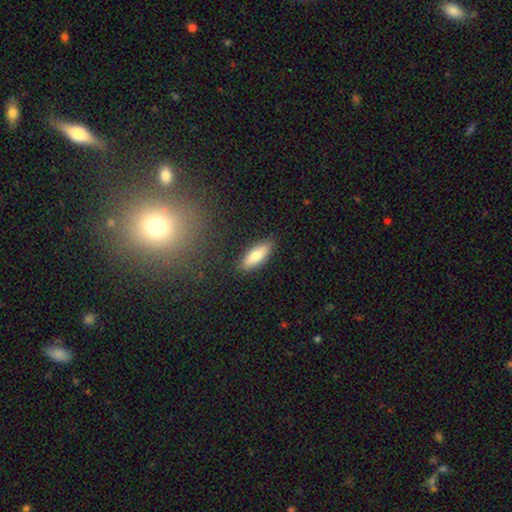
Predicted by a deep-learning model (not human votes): A smooth galaxy with no disk features (79%) that is in between round and cigar-shaped (66%). Merging: none (87%).